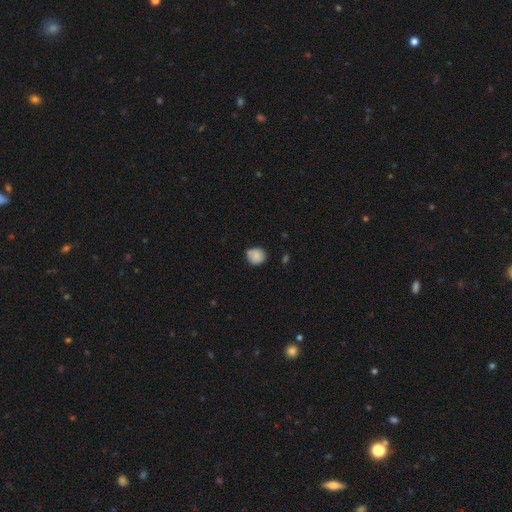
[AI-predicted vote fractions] A smooth galaxy with no disk features (84%) that is round (82%).

Vote fractions:
- Smooth or featured? smooth: 84% / star or artifact: 9% / featured or disk: 8%
- How rounded? round: 82% / in between: 17% / cigar-shaped: 1%
- Merging? none: 65% / minor disturbance: 23% / merger: 7% / major disturbance: 5%